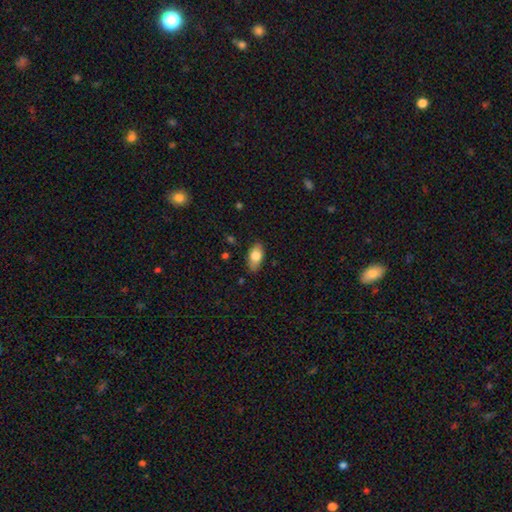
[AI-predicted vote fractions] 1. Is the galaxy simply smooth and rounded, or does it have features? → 78% smooth, 15% featured or disk, 7% star or artifact.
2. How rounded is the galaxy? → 90% in between, 5% round, 4% cigar-shaped.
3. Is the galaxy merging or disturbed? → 82% none, 14% minor disturbance, 3% major disturbance, 1% merger.